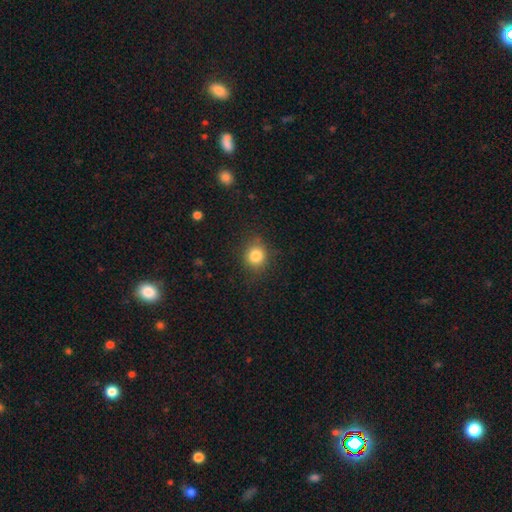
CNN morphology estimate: smooth-or-featured: smooth: 83% | star or artifact: 11% | featured or disk: 6%
  how-rounded: round: 79% | in between: 20% | cigar-shaped: 1%
  merging: none: 83% | minor disturbance: 12% | major disturbance: 4% | merger: 1%